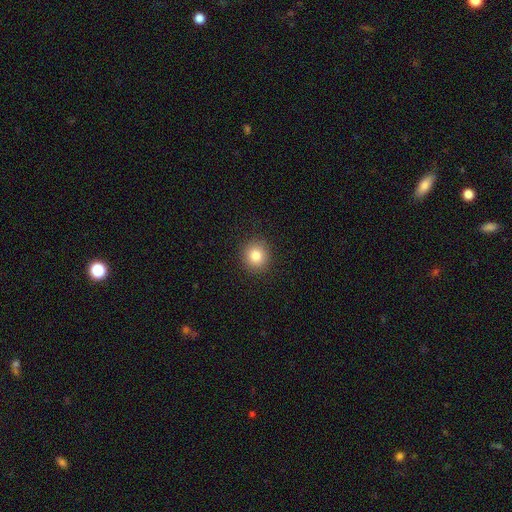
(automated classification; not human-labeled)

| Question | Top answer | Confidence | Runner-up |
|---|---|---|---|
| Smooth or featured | smooth | 82% | star or artifact (11%) |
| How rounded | round | 90% | in between (9%) |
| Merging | none | 91% | minor disturbance (6%) |